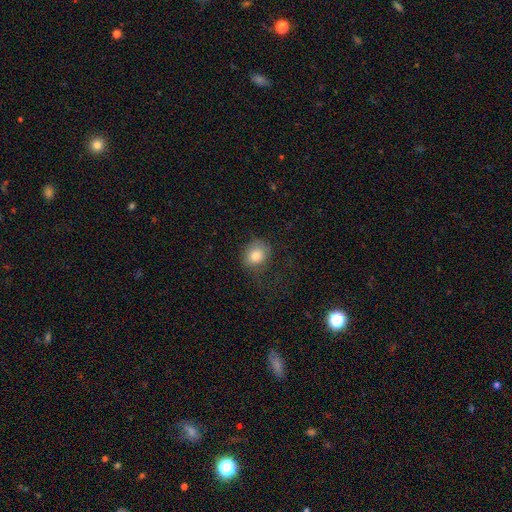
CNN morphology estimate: Smooth or featured? Predicted: smooth (p=0.79). How rounded? Predicted: round (p=0.67). Merging? Predicted: none (p=0.61).